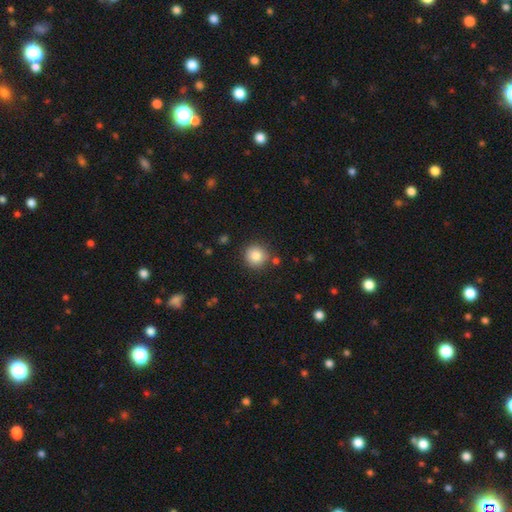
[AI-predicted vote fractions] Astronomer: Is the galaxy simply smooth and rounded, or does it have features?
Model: smooth — 85%.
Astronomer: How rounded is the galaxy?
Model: round — 93%.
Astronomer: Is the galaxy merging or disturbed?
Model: none — 84%.